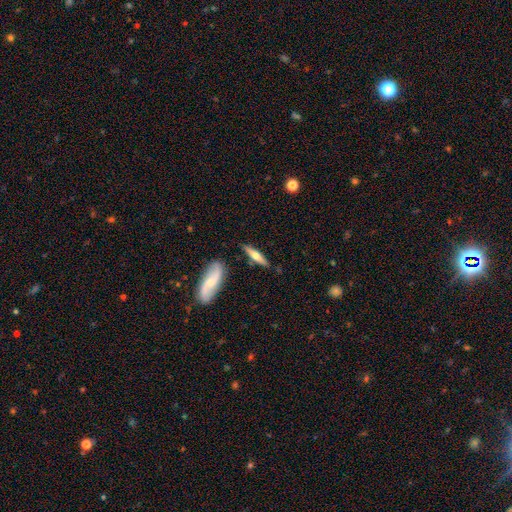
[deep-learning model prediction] Q: Smooth or featured?
A: featured or disk (57%); runner-up: smooth (38%)
Q: Edge-on disk?
A: yes (90%); runner-up: no (10%)
Q: Edge-on bulge?
A: rounded (92%); runner-up: none (5%)
Q: Merging?
A: none (82%); runner-up: minor disturbance (11%)